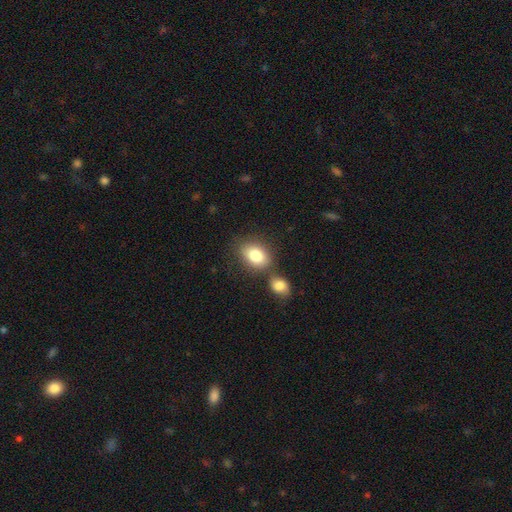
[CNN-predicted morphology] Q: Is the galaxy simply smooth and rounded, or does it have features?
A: smooth — 83%.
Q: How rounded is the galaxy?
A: in between — 78%.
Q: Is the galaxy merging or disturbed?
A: none — 56%.